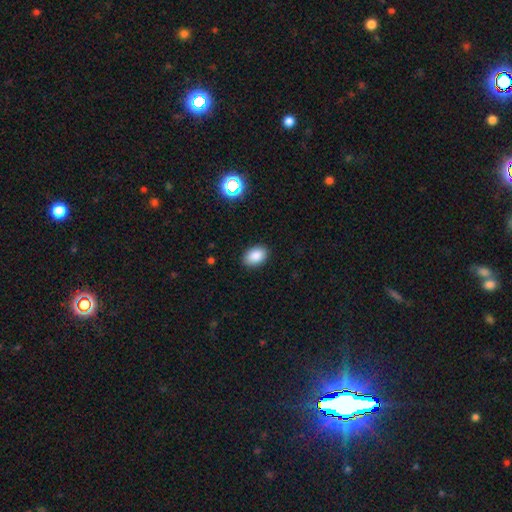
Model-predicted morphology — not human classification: The model was most divided on "how rounded": in between: 87%, round: 12%, cigar-shaped: 1%. More confident: merging — none (88%); smooth or featured — smooth (87%).